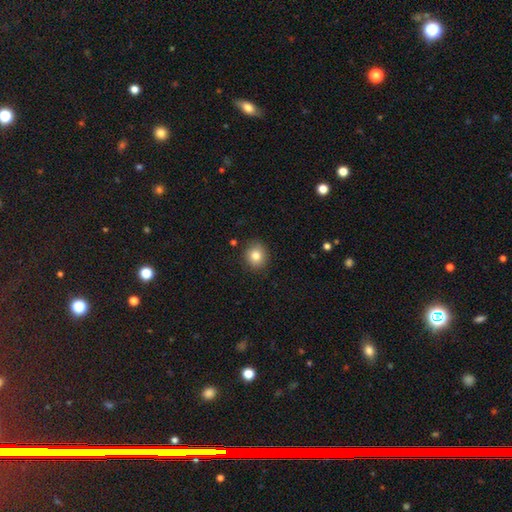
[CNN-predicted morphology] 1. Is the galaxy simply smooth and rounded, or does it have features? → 83% smooth, 10% star or artifact, 7% featured or disk.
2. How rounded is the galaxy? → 82% round, 17% in between, 1% cigar-shaped.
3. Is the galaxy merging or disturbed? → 88% none, 9% minor disturbance, 2% major disturbance, 2% merger.